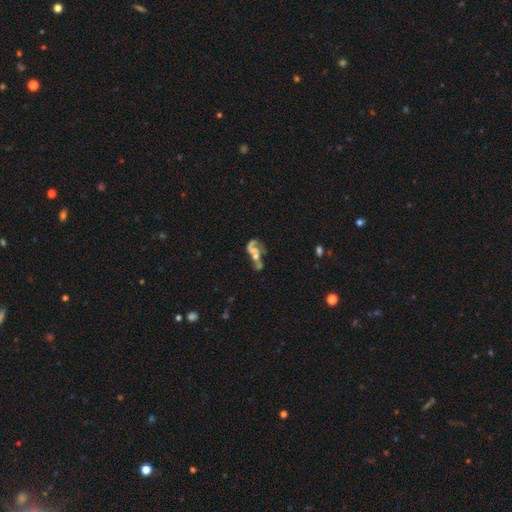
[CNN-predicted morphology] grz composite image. It shows a featured or disk galaxy (55%) with no bar (72%), no spiral arms (50%, tied with yes) and a moderate central bulge (35%). Merging: merger (45%).